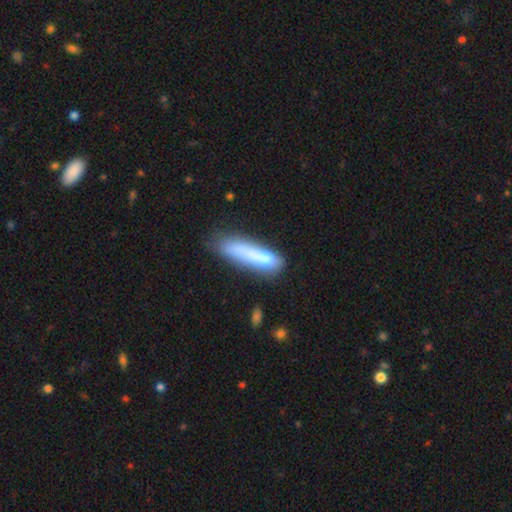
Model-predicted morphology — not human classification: A smooth galaxy with no disk features (72%) that is cigar-shaped (79%). Merging: none (49%).